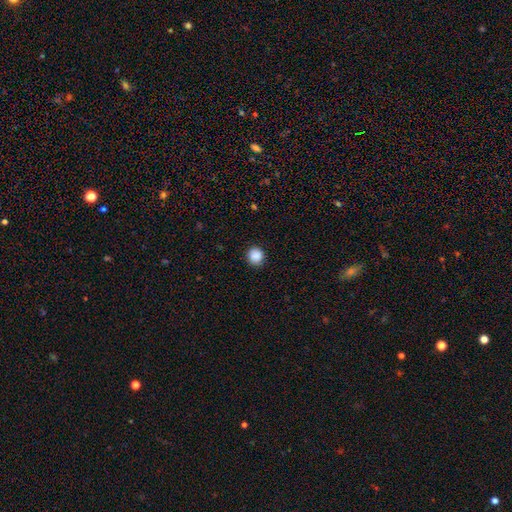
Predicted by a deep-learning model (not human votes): Overall: smooth (88%). How rounded: round (87%). Merging: none (88%).